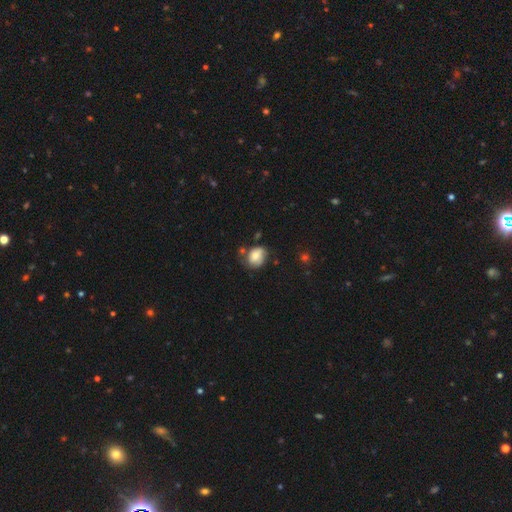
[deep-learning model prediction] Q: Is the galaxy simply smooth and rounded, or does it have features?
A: smooth — 66%.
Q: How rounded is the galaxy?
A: round — 50%.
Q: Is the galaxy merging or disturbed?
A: none — 55%.